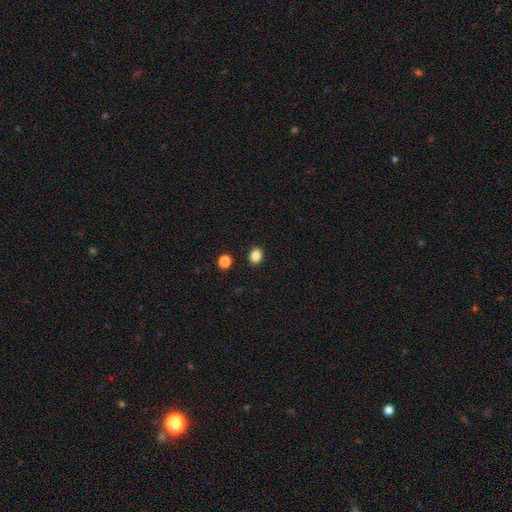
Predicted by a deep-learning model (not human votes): Smooth or featured? smooth (86%)
How rounded? in between (58%)
Merging? none (89%)